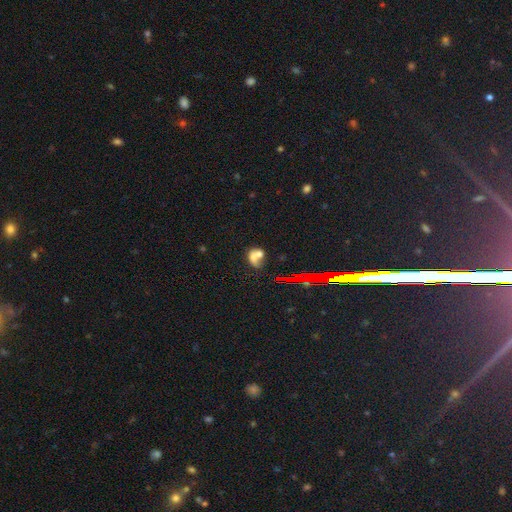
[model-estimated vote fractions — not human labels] Smooth or featured? Predicted: smooth (p=0.55). How rounded? Predicted: in between (p=0.60). Merging? Predicted: merger (p=0.55).